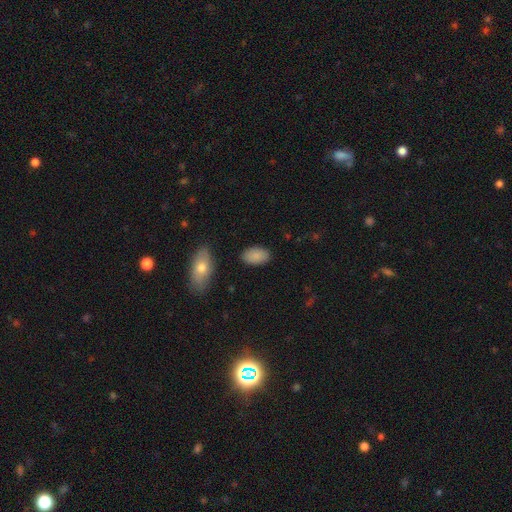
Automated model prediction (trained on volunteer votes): Overall: smooth (87%). How rounded: in between (93%). Merging: none (86%).